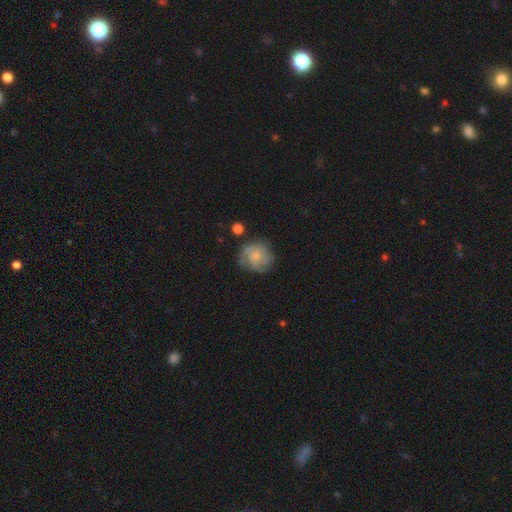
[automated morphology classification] smooth_or_featured: featured or disk (p=0.51) [alt: smooth p=0.41]
disk_edge_on: no (p=0.98) [alt: yes p=0.02]
merging: none (p=0.67) [alt: minor disturbance p=0.21]